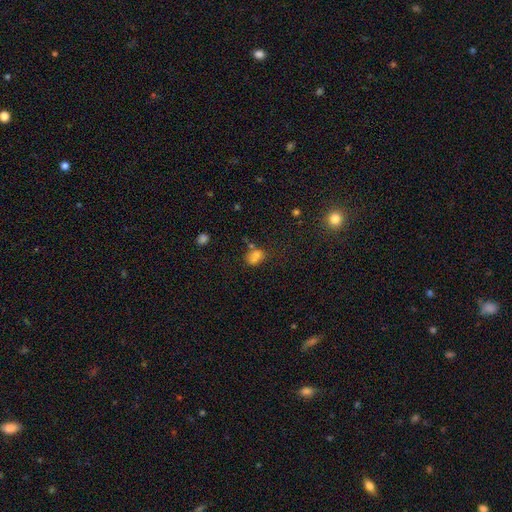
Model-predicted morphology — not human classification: smooth_or_featured: smooth (p=0.73) [alt: star or artifact p=0.17]
how_rounded: in between (p=0.70) [alt: round p=0.28]
merging: none (p=0.53) [alt: minor disturbance p=0.23]